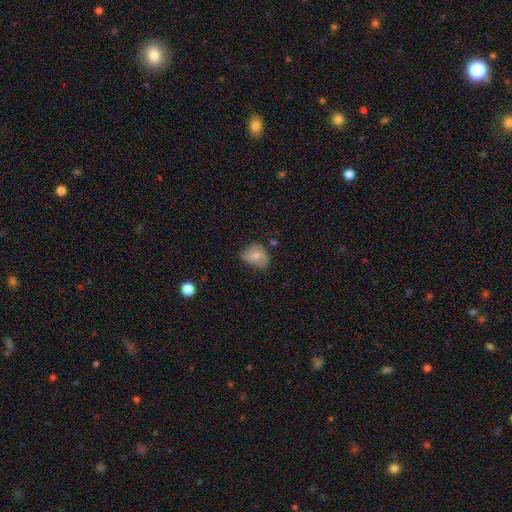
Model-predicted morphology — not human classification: The model was most divided on "how rounded": round: 51%, in between: 48%, cigar-shaped: 1%. More confident: smooth or featured — smooth (73%); merging — none (51%).